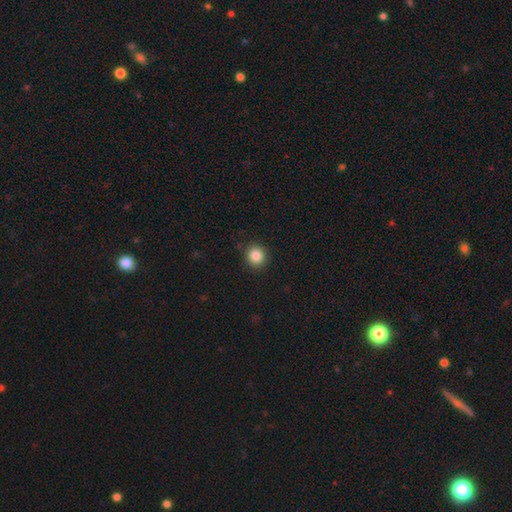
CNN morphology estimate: This is clearly a smooth galaxy (85%). How rounded: clearly round (91%). Merging: clearly none (91%).